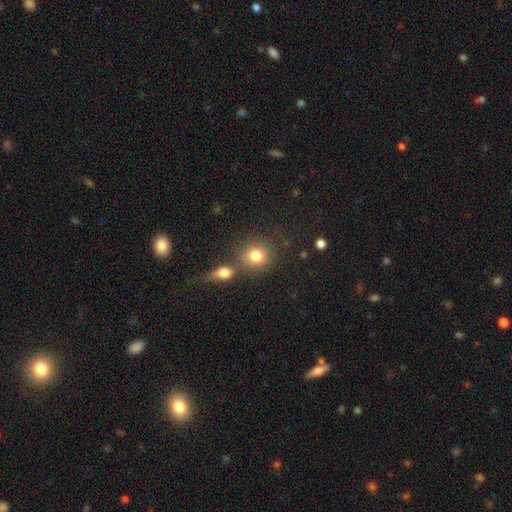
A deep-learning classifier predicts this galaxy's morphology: A smooth galaxy with no disk features (80%) that is round (81%).

Vote fractions:
- Smooth or featured? smooth: 80% / star or artifact: 11% / featured or disk: 9%
- How rounded? round: 81% / in between: 17% / cigar-shaped: 1%
- Merging? none: 61% / merger: 25% / minor disturbance: 9% / major disturbance: 5%